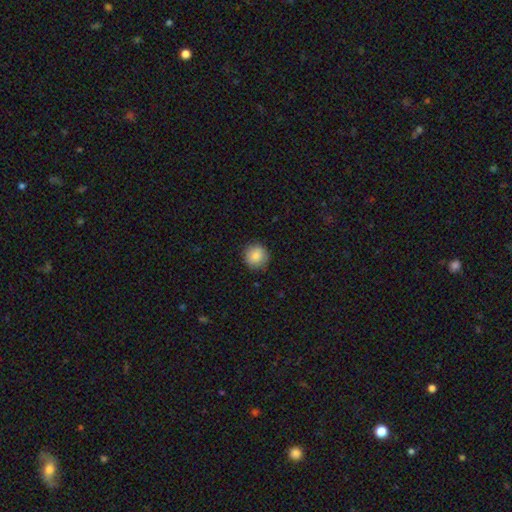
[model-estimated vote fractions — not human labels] Smooth or featured: smooth — 84% (star or artifact — 9%)
How rounded: round — 93% (in between — 6%)
Merging: none — 87% (minor disturbance — 9%)